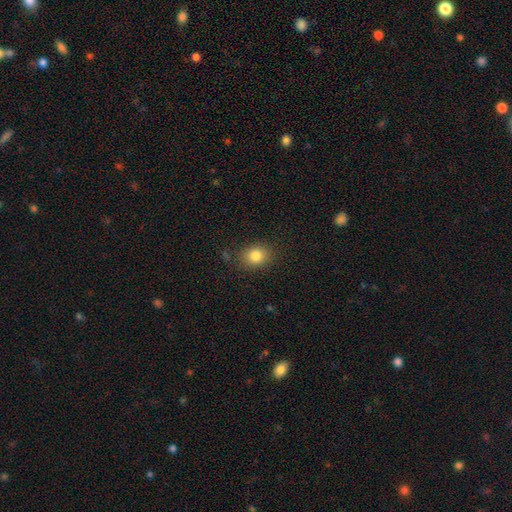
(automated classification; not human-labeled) Smooth or featured: smooth — 82% (star or artifact — 10%)
How rounded: round — 55% (in between — 44%)
Merging: none — 84% (minor disturbance — 11%)